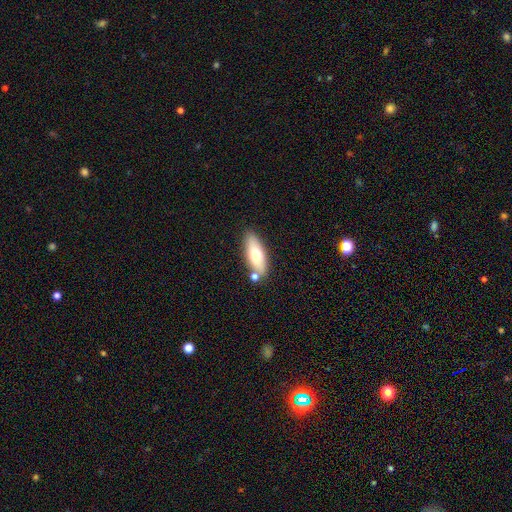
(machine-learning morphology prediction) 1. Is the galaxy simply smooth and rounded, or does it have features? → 67% smooth, 27% featured or disk, 7% star or artifact.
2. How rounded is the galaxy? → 69% in between, 29% cigar-shaped, 3% round.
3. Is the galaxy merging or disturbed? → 73% none, 12% minor disturbance, 12% merger, 3% major disturbance.